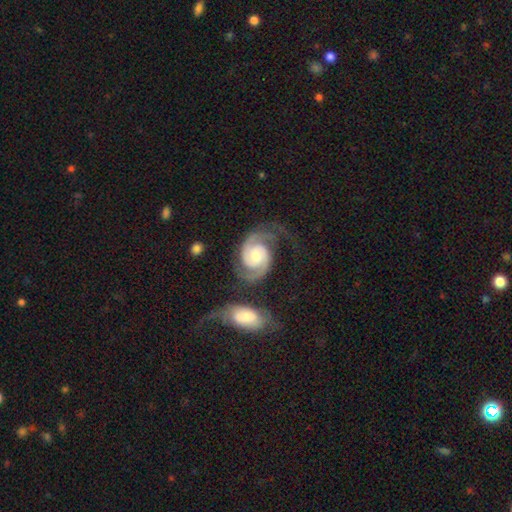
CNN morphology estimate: smooth-or-featured: featured or disk: 90% | smooth: 5% | star or artifact: 4%
  disk-edge-on: no: 98% | yes: 2%
    bar: no: 62% | weak: 30% | strong: 8%
    has-spiral-arms: yes: 98% | no: 2%
      spiral-winding: medium: 44% | tight: 43% | loose: 12%
      spiral-arm-count: 2: 91% | can't tell: 3% | 3: 2% | 1: 2% | 4: 1% | more than 4: 1%
    bulge-size: moderate: 53% | small: 28% | large: 13% | none: 4% | dominant: 2%
  merging: none: 55% | minor disturbance: 18% | major disturbance: 16% | merger: 10%